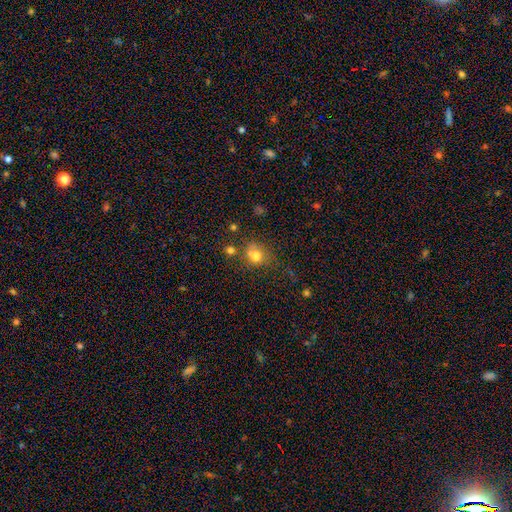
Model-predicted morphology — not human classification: This appears to be a smooth galaxy with no disk features (73%) that is round (68%). Merging: none (46%).